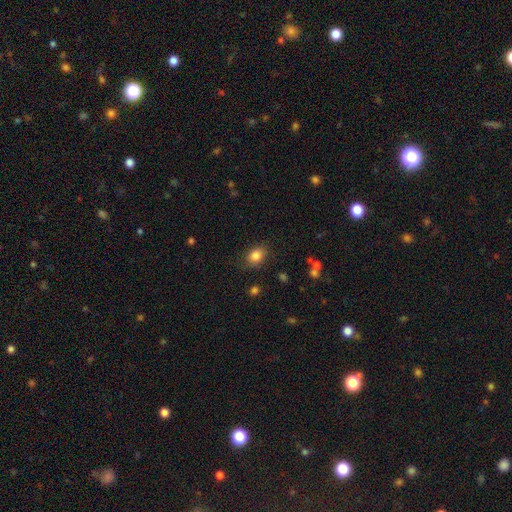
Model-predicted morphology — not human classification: type=smooth (84%); roundness=in between (64%); merging=none (79%).